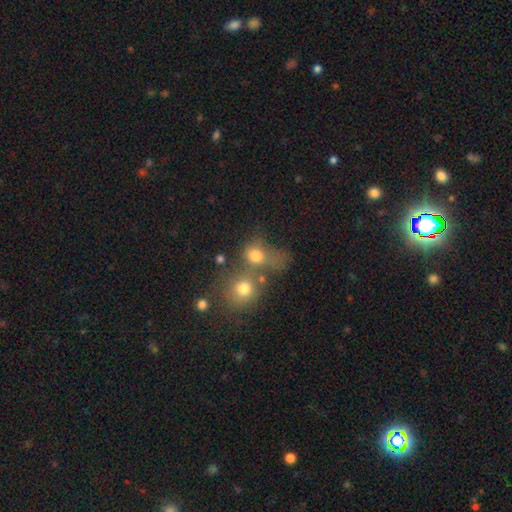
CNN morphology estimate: type=smooth (72%); roundness=round (63%); merging=merger (53%).